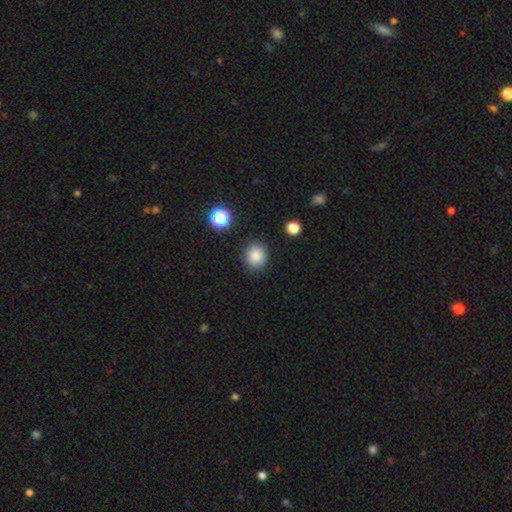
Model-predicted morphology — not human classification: type=smooth (85%); roundness=round (84%); merging=none (87%).